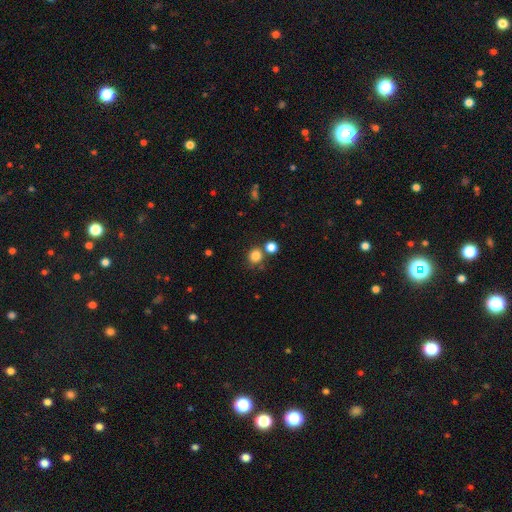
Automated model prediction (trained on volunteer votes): smooth 82%, star or artifact 13%, featured or disk 5%. Down the decision tree: how rounded — round (87%); merging — none (69%).